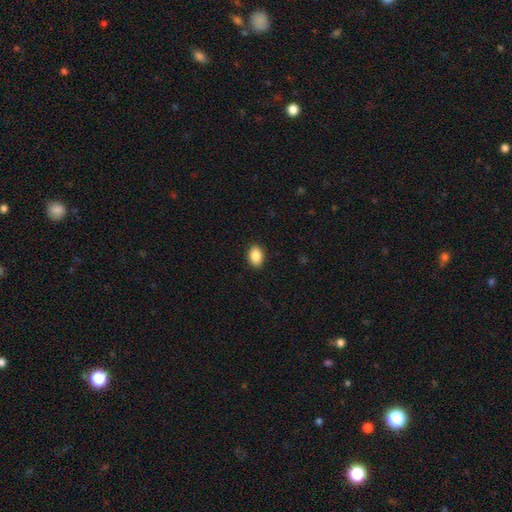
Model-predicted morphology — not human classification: Smooth or featured: smooth — 88% (star or artifact — 8%)
How rounded: in between — 78% (round — 21%)
Merging: none — 90% (minor disturbance — 7%)